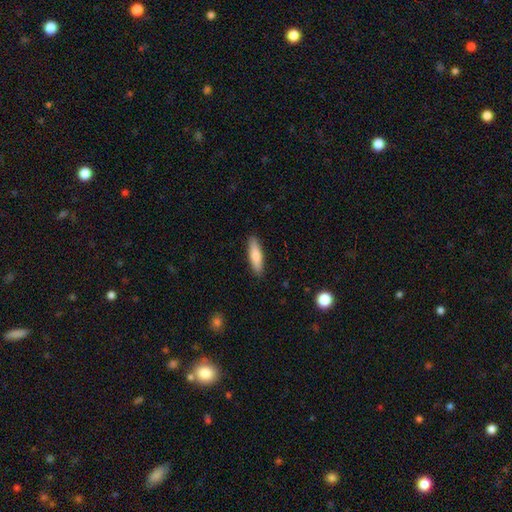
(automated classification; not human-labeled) Smooth or featured? Predicted: smooth (p=0.81). How rounded? Predicted: cigar-shaped (p=0.66). Merging? Predicted: none (p=0.89).